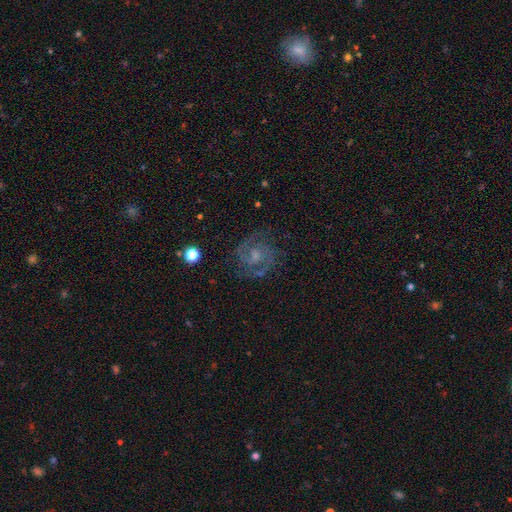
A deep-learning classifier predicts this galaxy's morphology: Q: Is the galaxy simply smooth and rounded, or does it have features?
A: featured or disk — 84%.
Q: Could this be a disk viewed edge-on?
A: no — 98%.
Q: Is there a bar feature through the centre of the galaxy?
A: weak — 46%.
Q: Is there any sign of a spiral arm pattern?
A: yes — 96%.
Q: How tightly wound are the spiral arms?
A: medium — 50%.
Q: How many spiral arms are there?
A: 2 — 78%.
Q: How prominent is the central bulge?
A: small — 46%.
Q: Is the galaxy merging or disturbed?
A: none — 77%.